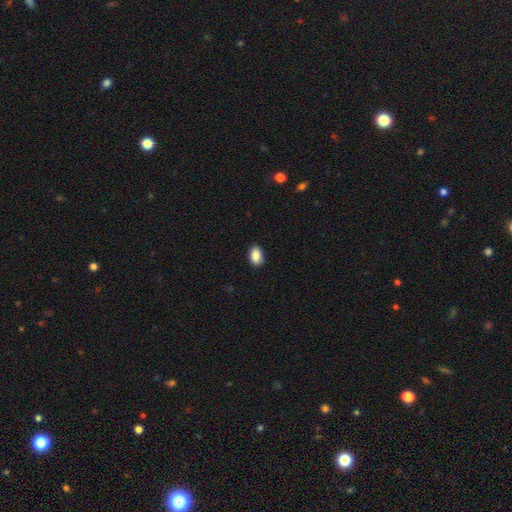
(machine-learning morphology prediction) Smooth or featured? Predicted: smooth (p=0.88). How rounded? Predicted: in between (p=0.88). Merging? Predicted: none (p=0.87).